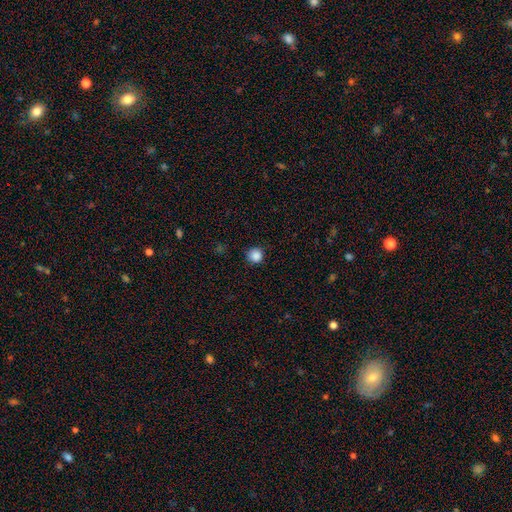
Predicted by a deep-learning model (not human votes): smooth 87%, star or artifact 11%, featured or disk 3%. Down the decision tree: how rounded — round (95%); merging — none (89%).